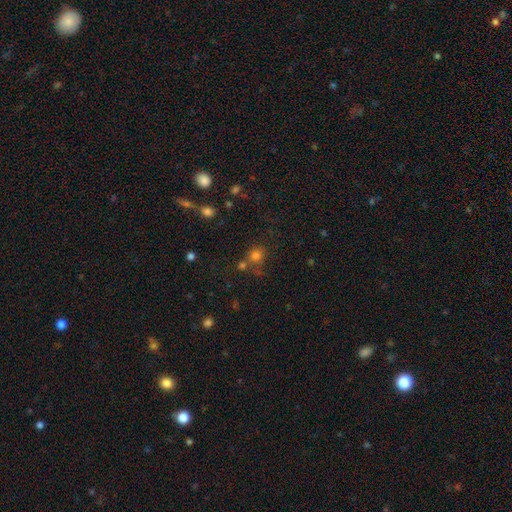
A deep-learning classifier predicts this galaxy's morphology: Overall: smooth (74%). How rounded: round (81%). Merging: none (59%; merger 24%).